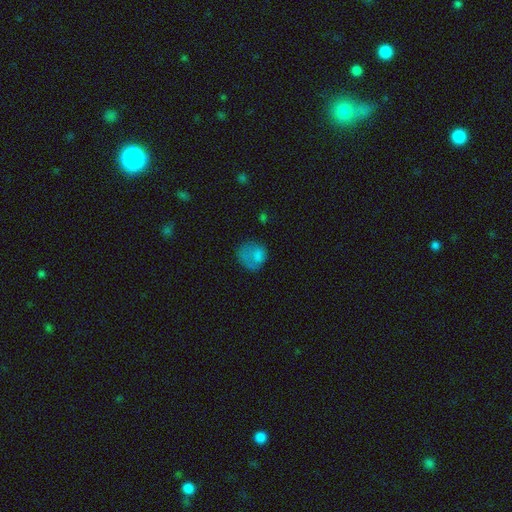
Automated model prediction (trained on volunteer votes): A smooth galaxy with no disk features (69%) that is round (64%).

Vote fractions:
- Smooth or featured? smooth: 69% / featured or disk: 20% / star or artifact: 11%
- How rounded? round: 64% / in between: 35% / cigar-shaped: 1%
- Merging? none: 38% / major disturbance: 34% / minor disturbance: 24% / merger: 5%